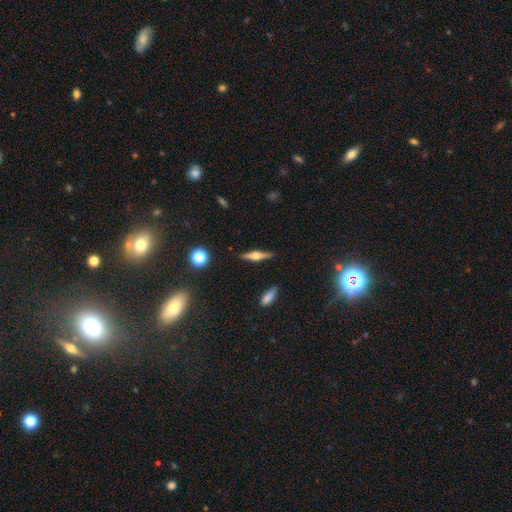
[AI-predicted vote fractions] Smooth or featured?
  - featured or disk: 71% *
  - smooth: 23%
  - star or artifact: 7%
Edge-on disk?
  - yes: 97% *
  - no: 3%
Edge-on bulge?
  - rounded: 92% *
  - boxy: 6%
  - none: 2%
Merging?
  - none: 88% *
  - minor disturbance: 8%
  - major disturbance: 2%
  - merger: 2%